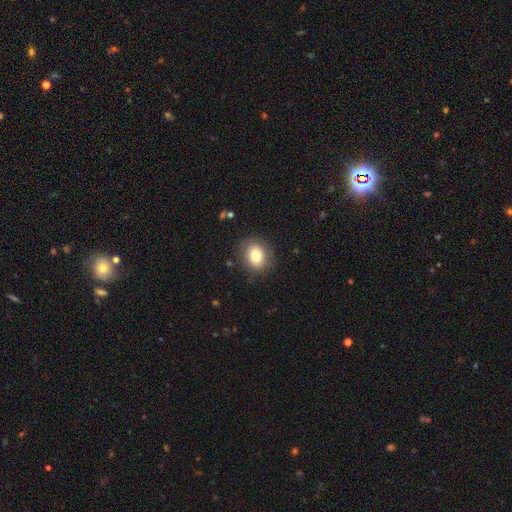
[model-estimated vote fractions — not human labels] Morphology: type=smooth (80%); roundness=round (60%); merging=none (86%).